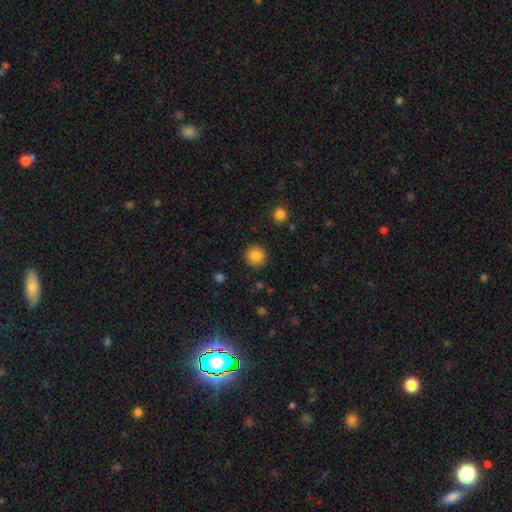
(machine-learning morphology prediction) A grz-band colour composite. It shows a smooth galaxy with no disk features (86%) that is round (93%). Merging: none (90%).